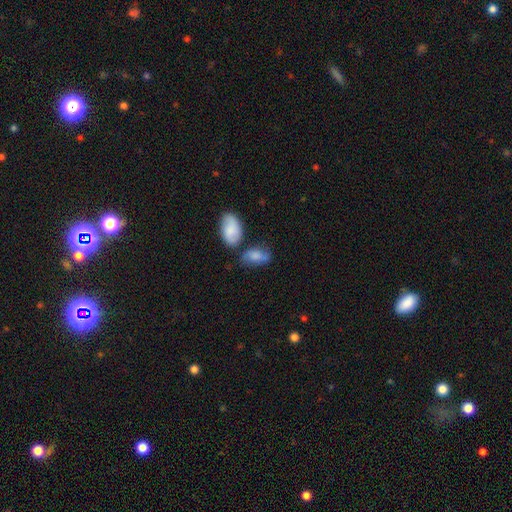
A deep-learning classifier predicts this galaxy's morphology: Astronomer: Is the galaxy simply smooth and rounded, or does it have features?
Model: smooth — 76%.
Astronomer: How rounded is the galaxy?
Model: in between — 90%.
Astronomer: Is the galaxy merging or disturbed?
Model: none — 50% (runner-up: minor disturbance, 25%).